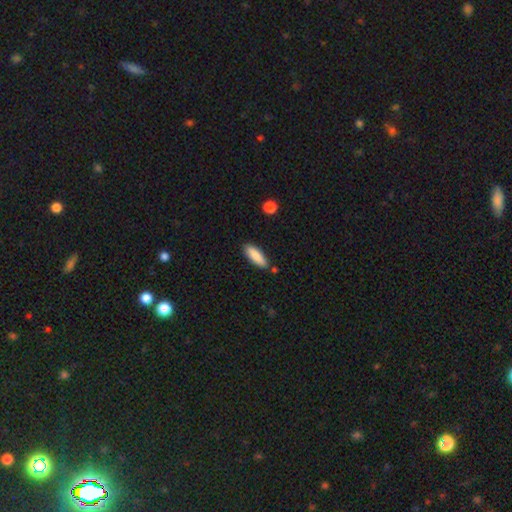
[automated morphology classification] This appears to be a smooth galaxy with no disk features (87%) that is in between round and cigar-shaped (55%). Merging: none (83%).